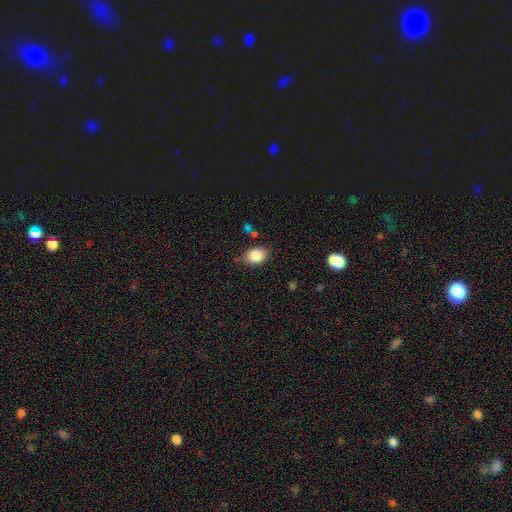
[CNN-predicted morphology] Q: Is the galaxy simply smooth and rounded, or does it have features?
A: smooth — 85%.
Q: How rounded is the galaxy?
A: in between — 72%.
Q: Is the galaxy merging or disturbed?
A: none — 70%.